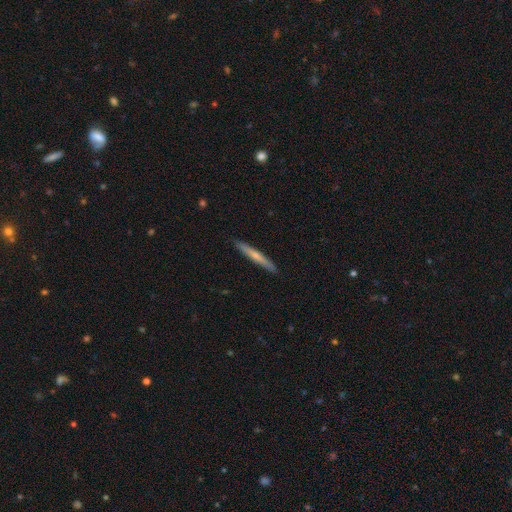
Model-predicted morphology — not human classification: type=smooth (58%); roundness=cigar-shaped (96%); merging=none (91%).